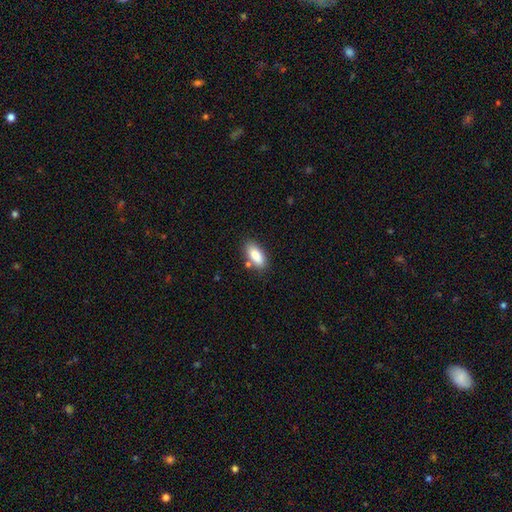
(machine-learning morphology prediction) Smooth or featured?
  - smooth: 86% *
  - featured or disk: 7%
  - star or artifact: 7%
How rounded?
  - in between: 86% *
  - cigar-shaped: 11%
  - round: 3%
Merging?
  - none: 76% *
  - minor disturbance: 14%
  - merger: 7%
  - major disturbance: 3%